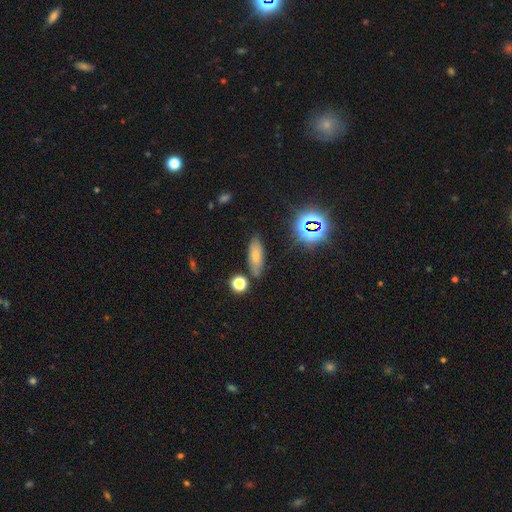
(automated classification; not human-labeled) Q: Smooth or featured?
A: smooth (71%); runner-up: star or artifact (15%)
Q: How rounded?
A: in between (69%); runner-up: cigar-shaped (26%)
Q: Merging?
A: none (79%); runner-up: minor disturbance (13%)